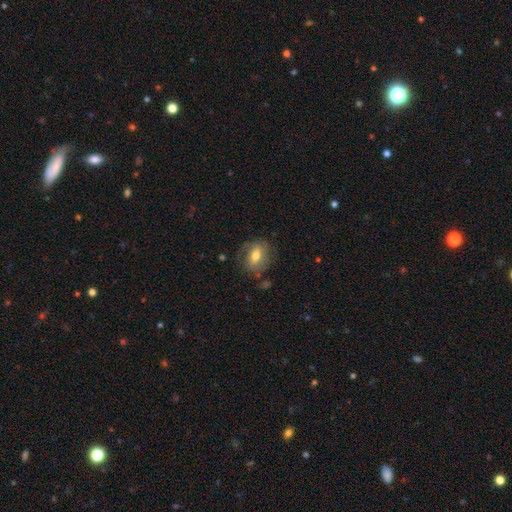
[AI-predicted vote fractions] Morphology: type=smooth (58%); roundness=in between (62%); merging=none (68%).